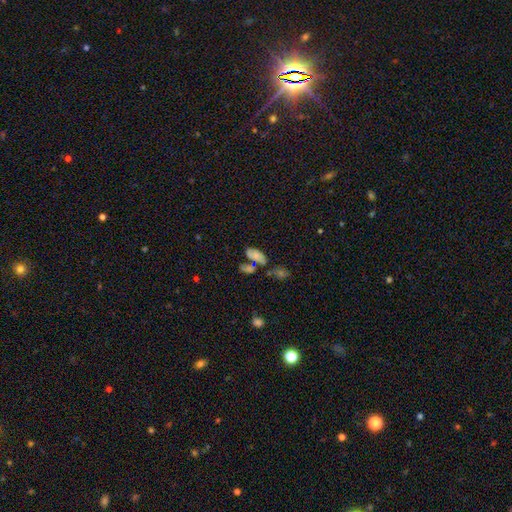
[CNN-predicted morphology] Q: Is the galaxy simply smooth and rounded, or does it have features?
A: smooth — 70%.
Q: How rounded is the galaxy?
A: in between — 88%.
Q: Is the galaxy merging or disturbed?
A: none — 43%.